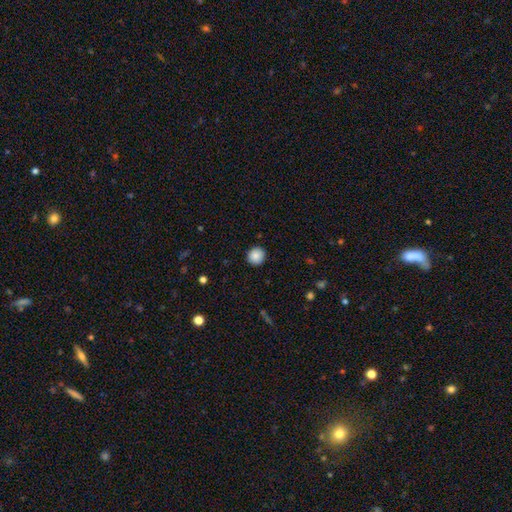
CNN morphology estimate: type=smooth (87%); roundness=round (91%); merging=none (91%).